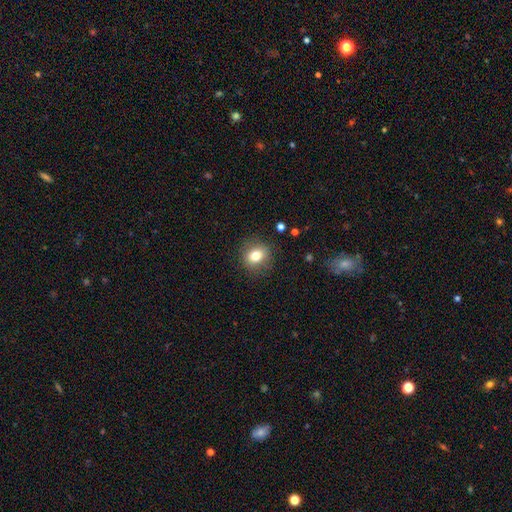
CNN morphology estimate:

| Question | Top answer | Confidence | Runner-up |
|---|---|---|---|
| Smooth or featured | smooth | 78% | featured or disk (11%) |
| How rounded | round | 69% | in between (30%) |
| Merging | none | 85% | minor disturbance (10%) |